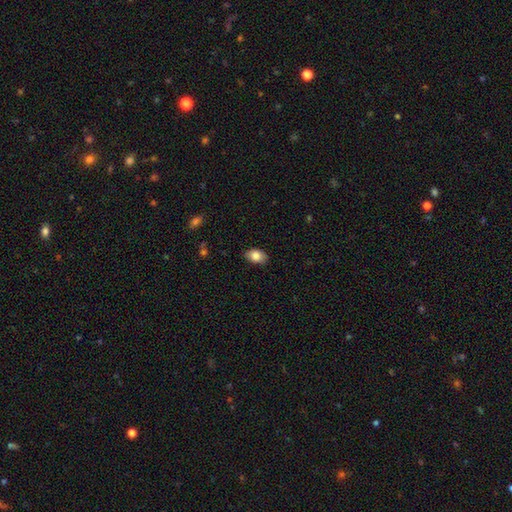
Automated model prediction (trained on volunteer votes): smooth-or-featured: smooth: 84% | featured or disk: 9% | star or artifact: 7%
  how-rounded: in between: 87% | round: 12% | cigar-shaped: 1%
  merging: none: 84% | minor disturbance: 12% | major disturbance: 2% | merger: 1%